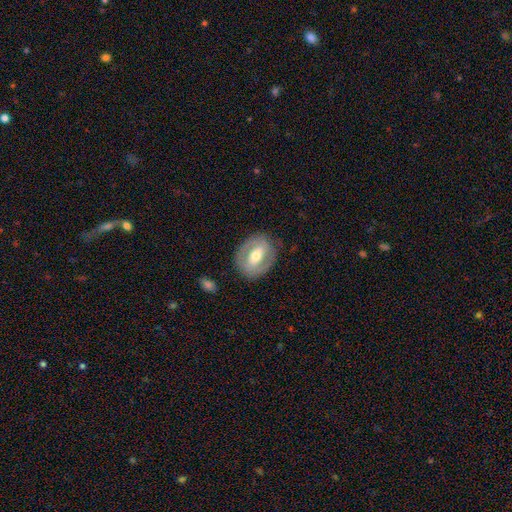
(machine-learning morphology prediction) This appears to be a featured or disk galaxy (63%) with a strong bar (39%), no spiral arms (57%) and a moderate central bulge (70%). Merging: none (81%).